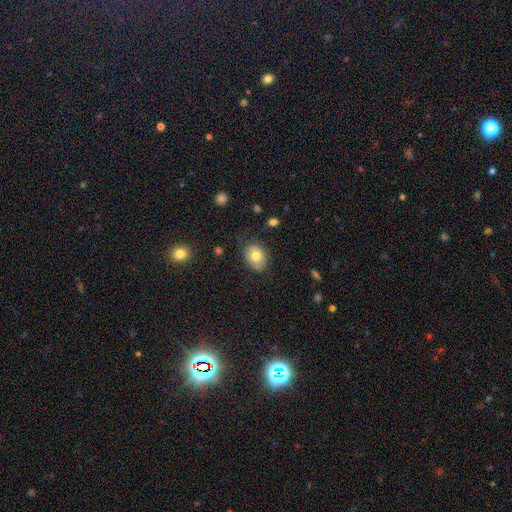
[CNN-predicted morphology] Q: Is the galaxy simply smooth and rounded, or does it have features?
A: smooth — 76%.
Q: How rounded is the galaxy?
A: in between — 61%.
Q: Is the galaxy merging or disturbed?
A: none — 77%.